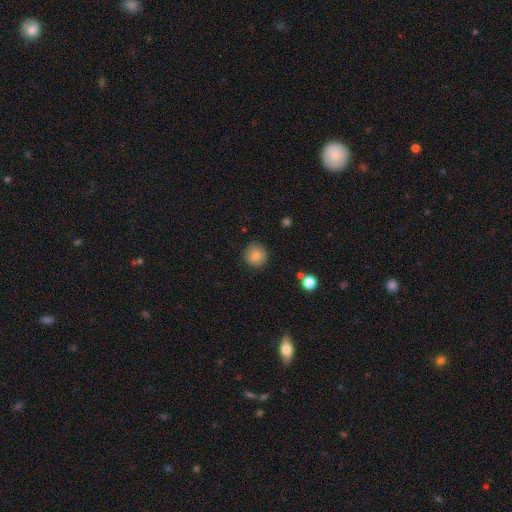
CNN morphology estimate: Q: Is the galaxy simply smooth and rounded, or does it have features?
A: smooth — 85%.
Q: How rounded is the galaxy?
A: round — 92%.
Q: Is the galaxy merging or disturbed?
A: none — 86%.